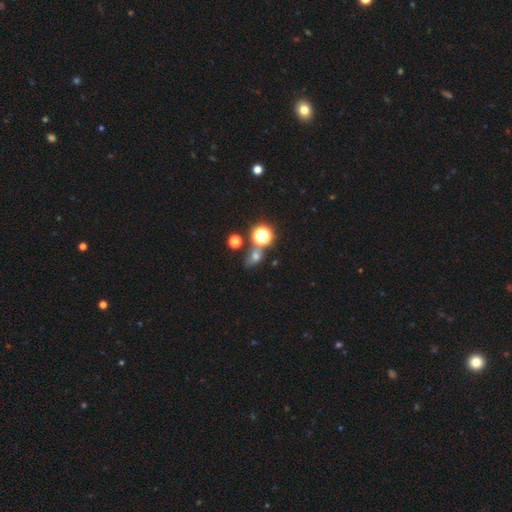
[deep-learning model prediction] Smooth or featured? Predicted: smooth (p=0.49). Merging? Predicted: none (p=0.59).